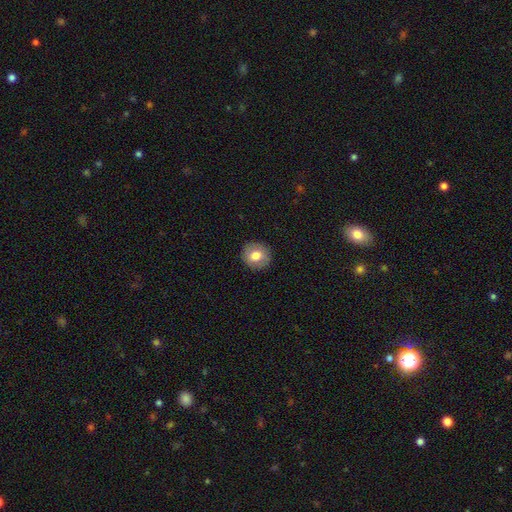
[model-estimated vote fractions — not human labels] smooth-or-featured: smooth: 77% | featured or disk: 15% | star or artifact: 8%
  how-rounded: round: 88% | in between: 11% | cigar-shaped: 1%
  merging: none: 90% | minor disturbance: 7% | major disturbance: 2% | merger: 1%